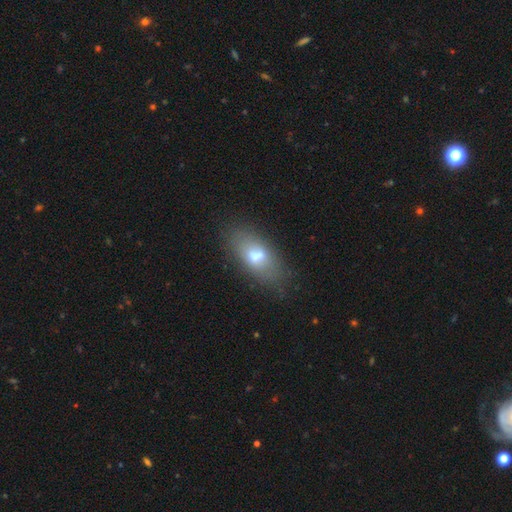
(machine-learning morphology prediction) This appears to be a smooth galaxy with no disk features (65%) that is in between round and cigar-shaped (81%). Merging: none (72%).